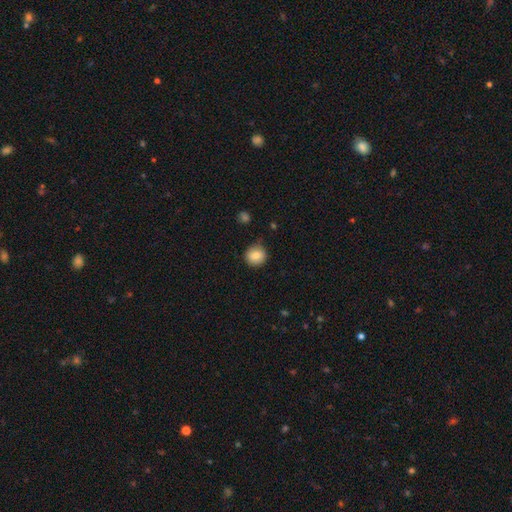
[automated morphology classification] Smooth or featured? smooth (83%)
How rounded? round (91%)
Merging? none (83%)